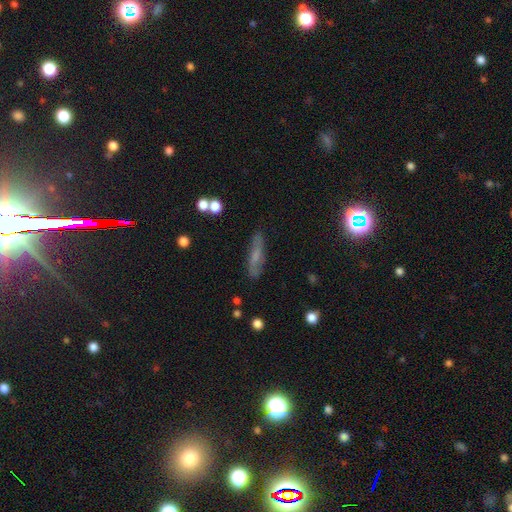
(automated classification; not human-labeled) Q: Smooth or featured?
A: smooth (45%); runner-up: featured or disk (41%)
Q: Merging?
A: none (77%); runner-up: minor disturbance (16%)